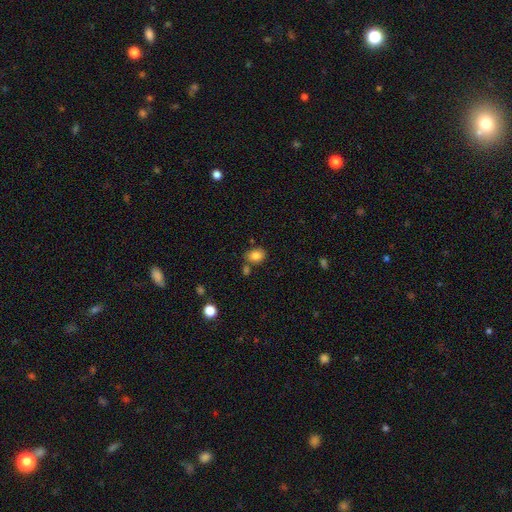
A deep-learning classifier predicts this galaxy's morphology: A smooth galaxy with no disk features (84%) that is in between round and cigar-shaped (66%).

Vote fractions:
- Smooth or featured? smooth: 84% / star or artifact: 10% / featured or disk: 7%
- How rounded? in between: 66% / round: 33% / cigar-shaped: 1%
- Merging? none: 69% / merger: 14% / minor disturbance: 14% / major disturbance: 4%